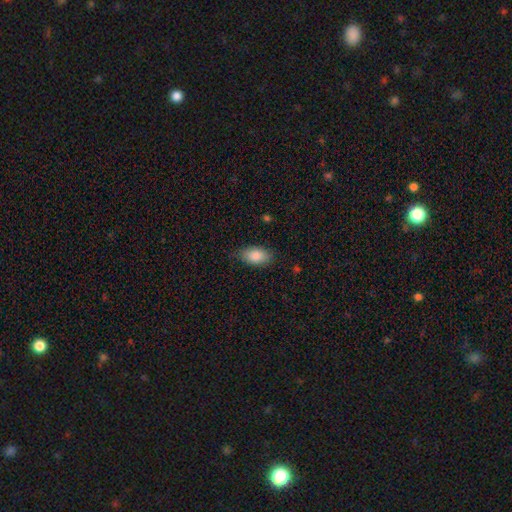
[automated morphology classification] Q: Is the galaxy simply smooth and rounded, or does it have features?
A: smooth — 86%.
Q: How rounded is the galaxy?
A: in between — 92%.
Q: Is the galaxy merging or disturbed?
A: none — 77%.